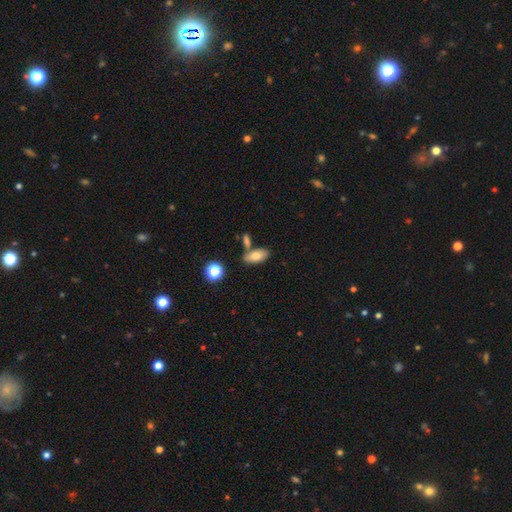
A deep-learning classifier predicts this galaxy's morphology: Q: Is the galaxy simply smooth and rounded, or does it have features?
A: smooth — 79%.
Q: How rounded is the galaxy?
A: in between — 88%.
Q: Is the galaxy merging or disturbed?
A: none — 63%.